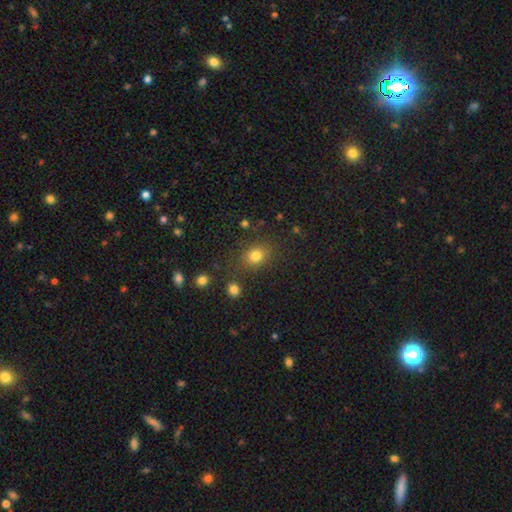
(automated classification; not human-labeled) Q: Smooth or featured?
A: smooth (79%); runner-up: star or artifact (14%)
Q: How rounded?
A: round (62%); runner-up: in between (37%)
Q: Merging?
A: none (78%); runner-up: minor disturbance (12%)